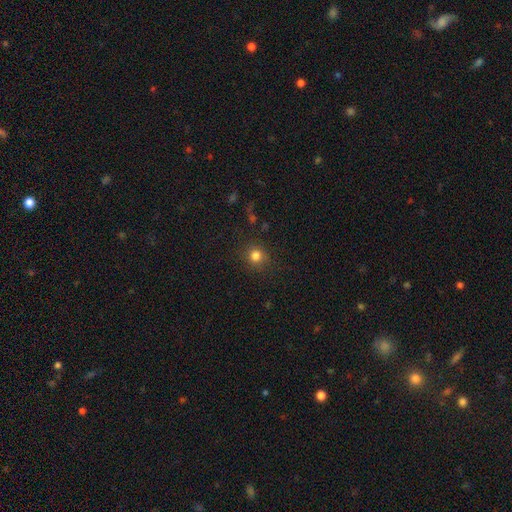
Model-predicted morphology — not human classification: Q: Smooth or featured?
A: smooth (81%); runner-up: star or artifact (14%)
Q: How rounded?
A: round (88%); runner-up: in between (11%)
Q: Merging?
A: none (85%); runner-up: minor disturbance (9%)